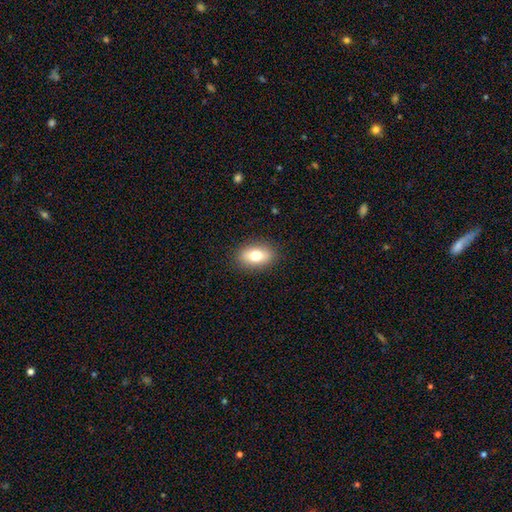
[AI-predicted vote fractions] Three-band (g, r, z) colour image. It shows a smooth galaxy with no disk features (76%) that is in between round and cigar-shaped (85%). Merging: none (88%).